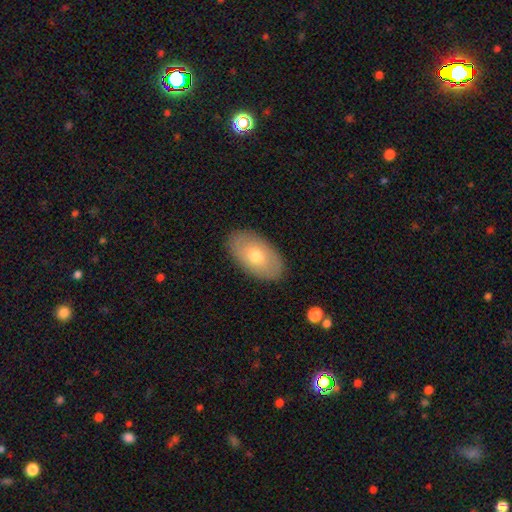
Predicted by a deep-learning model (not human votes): A smooth galaxy with no disk features (64%) that is in between round and cigar-shaped (93%).

Vote fractions:
- Smooth or featured? smooth: 64% / featured or disk: 30% / star or artifact: 7%
- How rounded? in between: 93% / round: 5% / cigar-shaped: 2%
- Merging? none: 87% / minor disturbance: 9% / major disturbance: 2% / merger: 1%